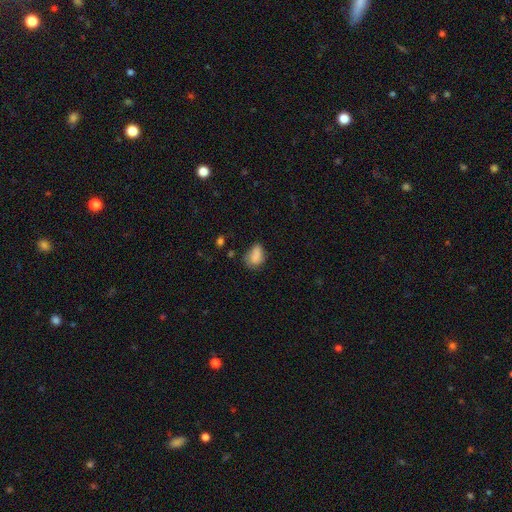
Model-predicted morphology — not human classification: Smooth or featured? smooth (81%)
How rounded? in between (75%)
Merging? none (46%)